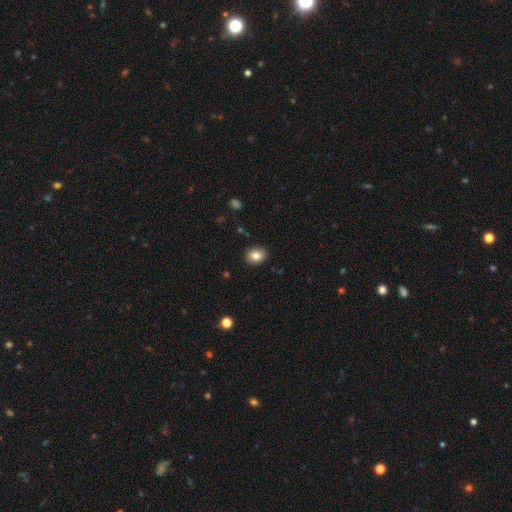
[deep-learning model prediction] smooth 83%, star or artifact 9%, featured or disk 8%. Down the decision tree: how rounded — in between (52%); merging — none (89%).